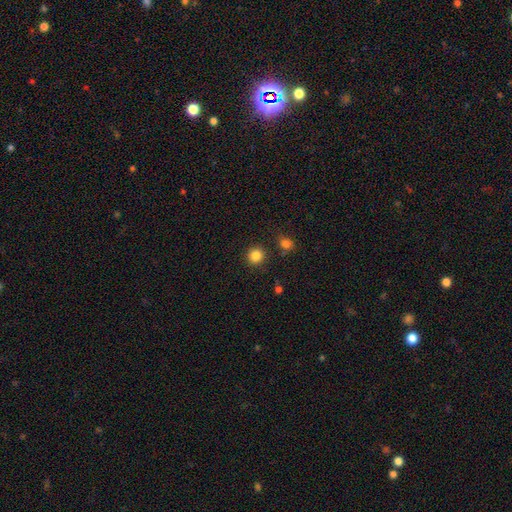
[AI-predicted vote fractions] A smooth galaxy with no disk features (85%) that is round (91%).

Vote fractions:
- Smooth or featured? smooth: 85% / star or artifact: 11% / featured or disk: 4%
- How rounded? round: 91% / in between: 8% / cigar-shaped: 1%
- Merging? none: 89% / minor disturbance: 6% / merger: 3% / major disturbance: 2%